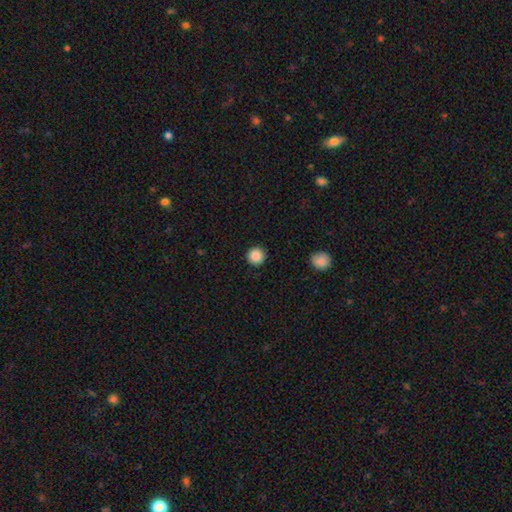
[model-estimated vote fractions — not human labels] smooth-or-featured: smooth: 88% | star or artifact: 9% | featured or disk: 3%
  how-rounded: round: 96% | in between: 3% | cigar-shaped: 1%
  merging: none: 91% | minor disturbance: 6% | major disturbance: 2% | merger: 1%